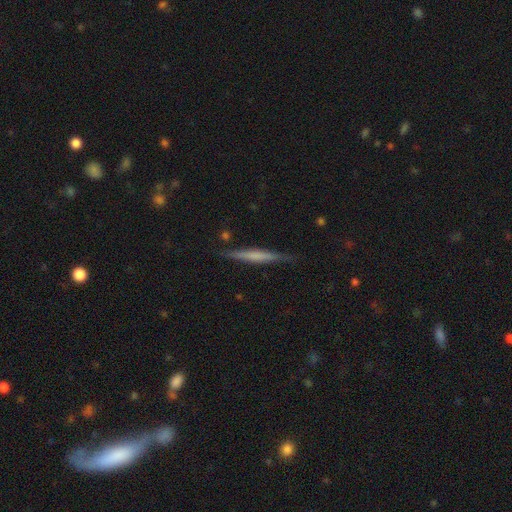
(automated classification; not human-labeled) Smooth or featured? Predicted: featured or disk (p=0.52). Edge-on disk? Predicted: yes (p=0.97). Edge-on bulge? Predicted: none (p=0.58). Merging? Predicted: none (p=0.86).